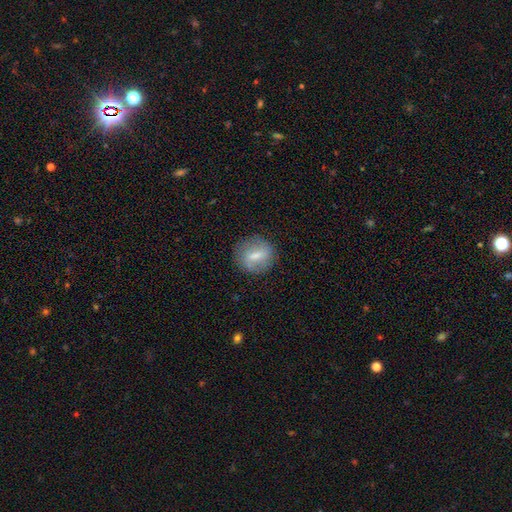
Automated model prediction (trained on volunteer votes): Q: Smooth or featured?
A: smooth (59%); runner-up: featured or disk (32%)
Q: How rounded?
A: round (75%); runner-up: in between (22%)
Q: Merging?
A: none (80%); runner-up: minor disturbance (13%)